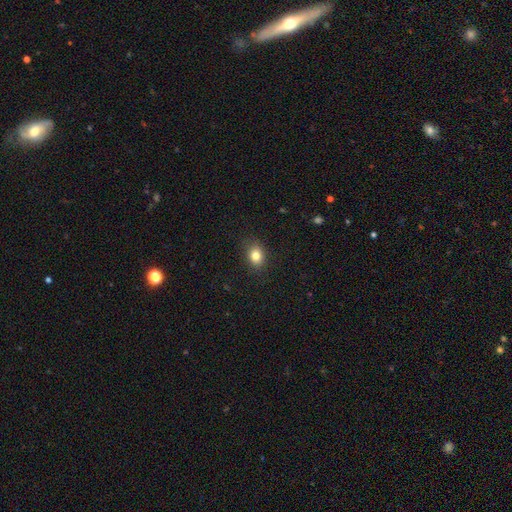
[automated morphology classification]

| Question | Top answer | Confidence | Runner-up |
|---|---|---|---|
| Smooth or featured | smooth | 82% | star or artifact (11%) |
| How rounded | in between | 55% | round (44%) |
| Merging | none | 87% | minor disturbance (9%) |